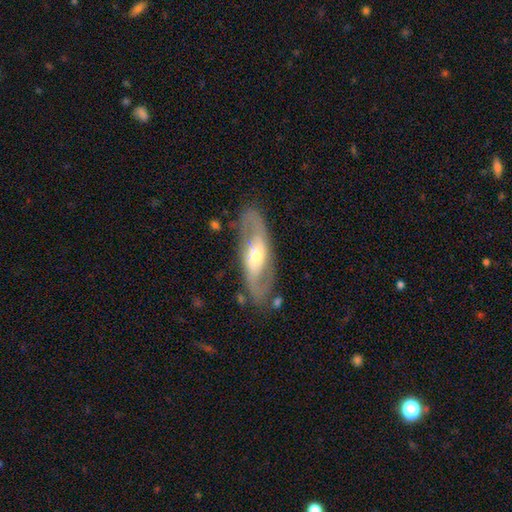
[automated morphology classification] type=featured or disk (78%); edge-on=no (85%); bar=no (44%); spiral arms=yes (84%); winding=medium (45%); arm count=2 (86%); bulge=moderate (61%); merging=none (79%).